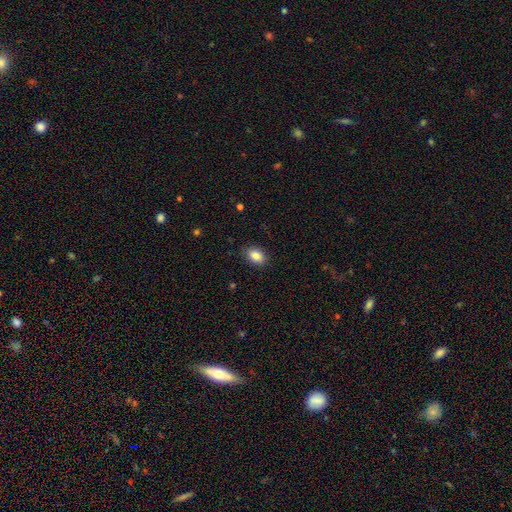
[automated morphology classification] type=smooth (87%); roundness=in between (85%); merging=none (85%).